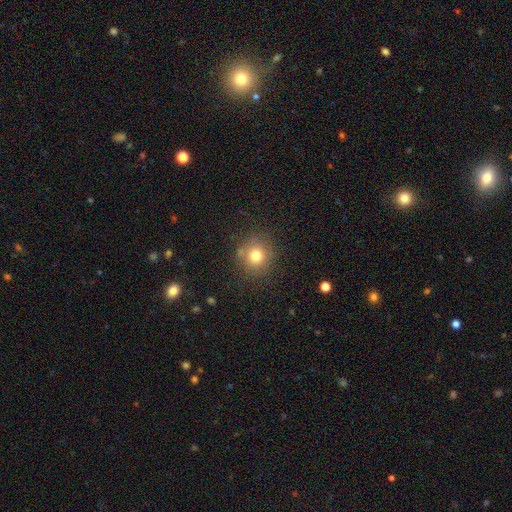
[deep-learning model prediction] This is likely a smooth galaxy (76%). How rounded: clearly round (90%). Merging: clearly none (82%).